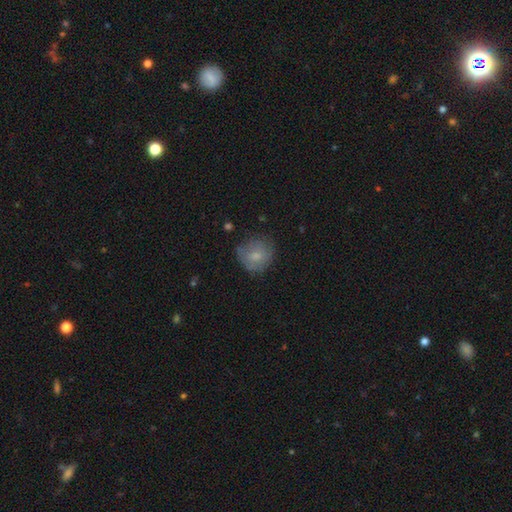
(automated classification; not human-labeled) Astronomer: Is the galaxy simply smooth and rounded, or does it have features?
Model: smooth — 73%.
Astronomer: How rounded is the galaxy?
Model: round — 84%.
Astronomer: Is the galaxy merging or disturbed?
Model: none — 65%.